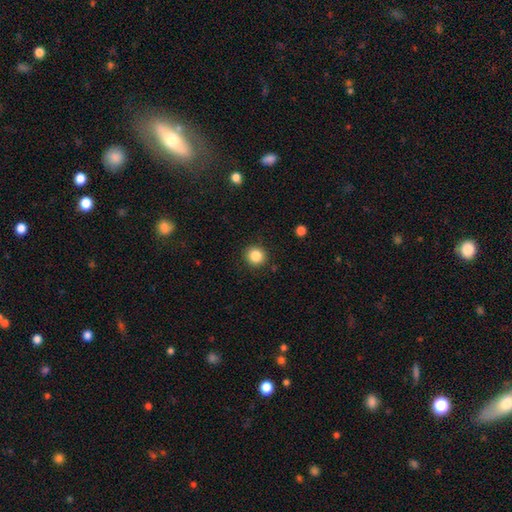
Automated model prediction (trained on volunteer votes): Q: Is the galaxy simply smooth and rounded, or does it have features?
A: smooth — 85%.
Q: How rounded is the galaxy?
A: round — 93%.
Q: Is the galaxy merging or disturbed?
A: none — 90%.